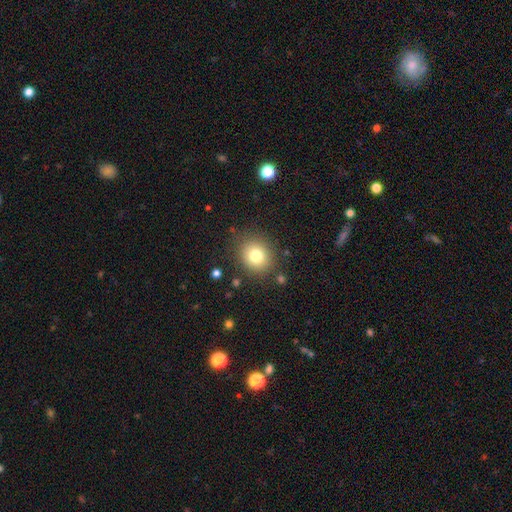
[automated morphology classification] A smooth galaxy with no disk features (78%) that is round (81%).

Vote fractions:
- Smooth or featured? smooth: 78% / star or artifact: 12% / featured or disk: 10%
- How rounded? round: 81% / in between: 19% / cigar-shaped: 1%
- Merging? none: 85% / minor disturbance: 9% / major disturbance: 4% / merger: 2%